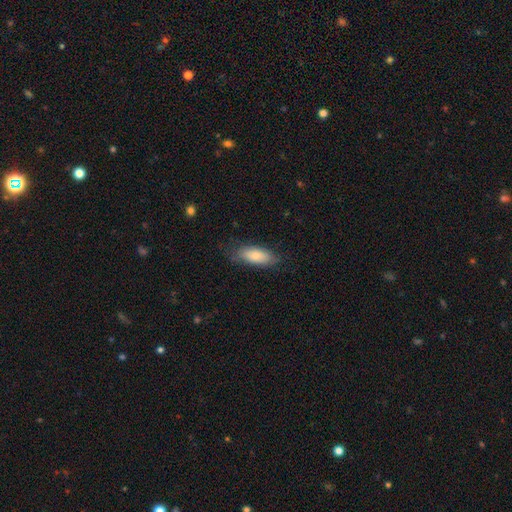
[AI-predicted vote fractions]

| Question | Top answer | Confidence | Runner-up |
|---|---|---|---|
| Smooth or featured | smooth | 81% | featured or disk (13%) |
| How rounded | in between | 80% | cigar-shaped (17%) |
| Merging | none | 72% | minor disturbance (21%) |